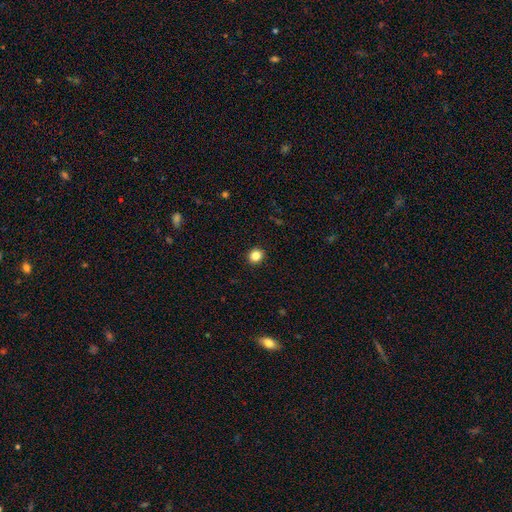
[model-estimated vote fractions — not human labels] Smooth or featured: smooth — 84% (star or artifact — 11%)
How rounded: round — 84% (in between — 15%)
Merging: none — 93% (minor disturbance — 5%)